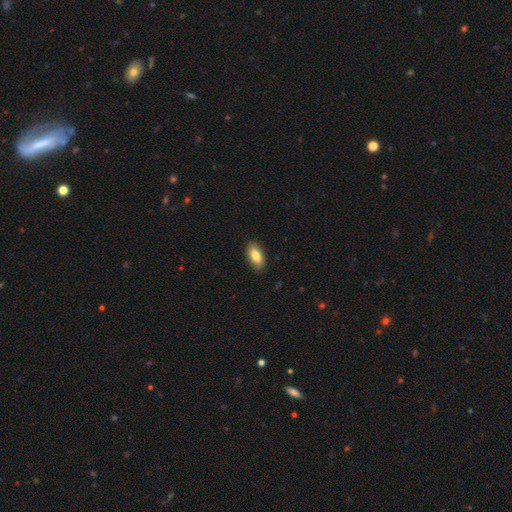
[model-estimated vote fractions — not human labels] smooth 83%, featured or disk 10%, star or artifact 6%. Down the decision tree: how rounded — in between (90%); merging — none (88%).